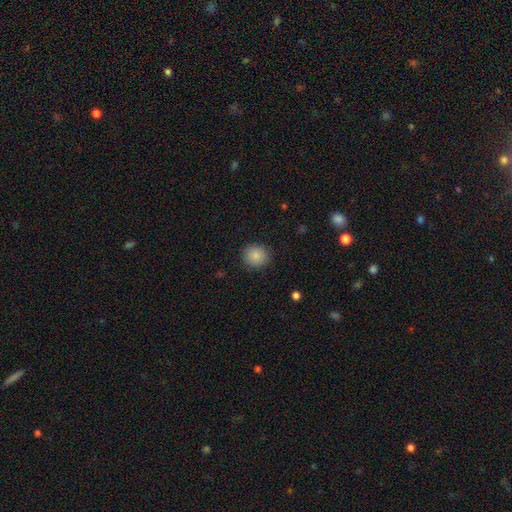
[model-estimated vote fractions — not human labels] Smooth or featured: smooth — 87% (star or artifact — 9%)
How rounded: round — 88% (in between — 11%)
Merging: none — 90% (minor disturbance — 7%)